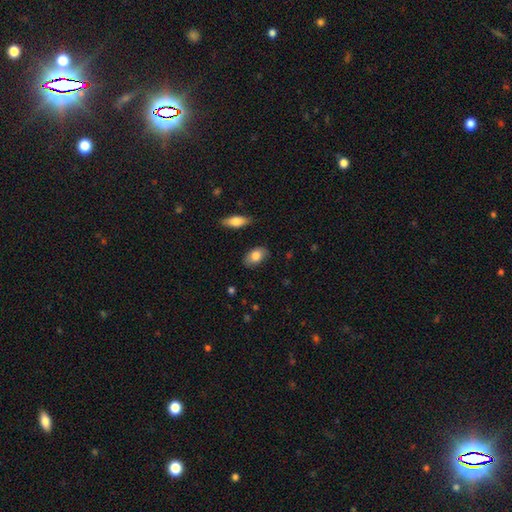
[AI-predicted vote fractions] Smooth or featured: smooth — 80% (featured or disk — 14%)
How rounded: in between — 89% (round — 9%)
Merging: none — 83% (minor disturbance — 13%)